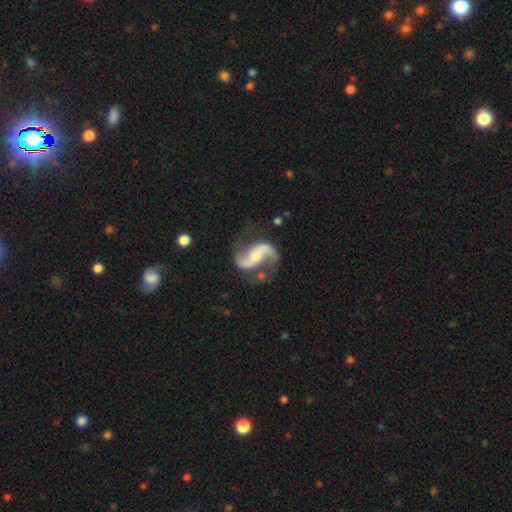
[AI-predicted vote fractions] A featured or disk galaxy (91%) with no bar (45%), 2 (94%) loose (69%) spiral arms (97%) and a moderate central bulge (50%).

Vote fractions:
- Smooth or featured? featured or disk: 91% / smooth: 5% / star or artifact: 4%
- Edge-on disk? no: 98% / yes: 2%
- Bar? no: 45% / weak: 32% / strong: 23%
- Spiral arms? yes: 97% / no: 3%
- Spiral winding? loose: 69% / medium: 25% / tight: 5%
- Spiral arm count? 2: 94% / 1: 2% / can't tell: 1% / 3: 1% / 4: 1% / more than 4: 1%
- Bulge size? moderate: 50% / small: 41% / large: 4% / none: 4% / dominant: 1%
- Merging? none: 73% / minor disturbance: 15% / major disturbance: 8% / merger: 3%